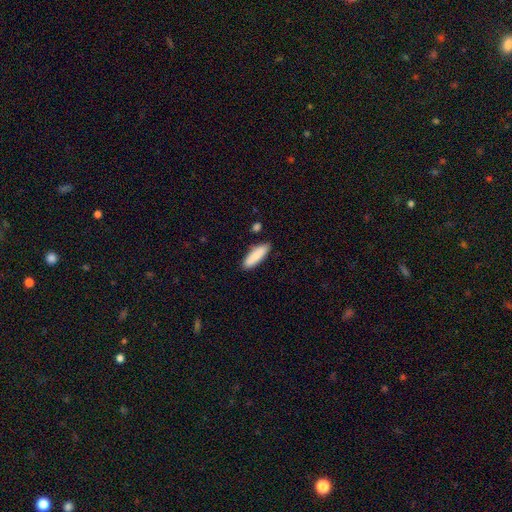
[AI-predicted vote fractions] A smooth galaxy with no disk features (87%) that is in between round and cigar-shaped (54%).

Vote fractions:
- Smooth or featured? smooth: 87% / featured or disk: 8% / star or artifact: 6%
- How rounded? in between: 54% / cigar-shaped: 44% / round: 2%
- Merging? none: 84% / minor disturbance: 11% / merger: 3% / major disturbance: 2%